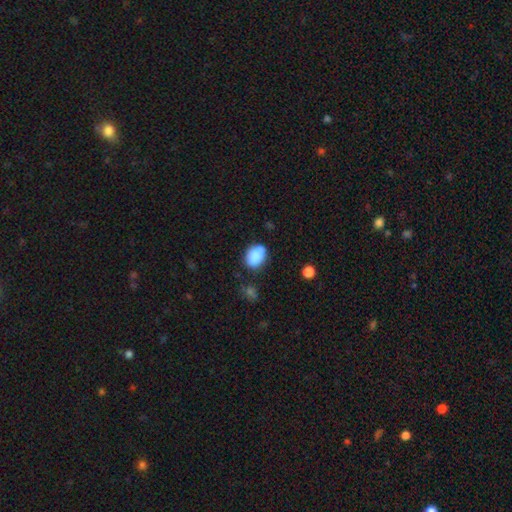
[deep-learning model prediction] smooth_or_featured: smooth (p=0.82) [alt: featured or disk p=0.10]
how_rounded: in between (p=0.73) [alt: round p=0.26]
merging: none (p=0.60) [alt: minor disturbance p=0.23]